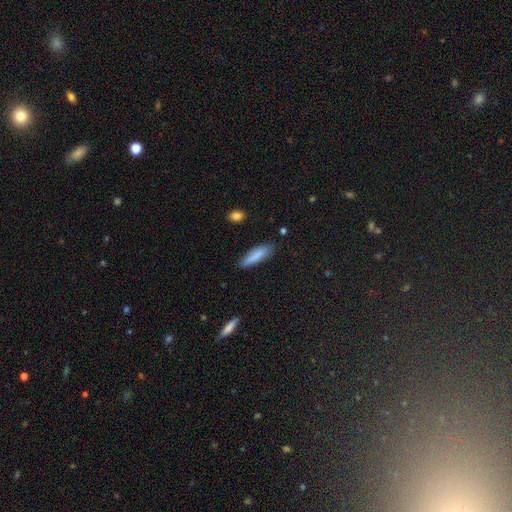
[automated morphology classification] Smooth or featured? Predicted: smooth (p=0.84). How rounded? Predicted: cigar-shaped (p=0.69). Merging? Predicted: none (p=0.80).